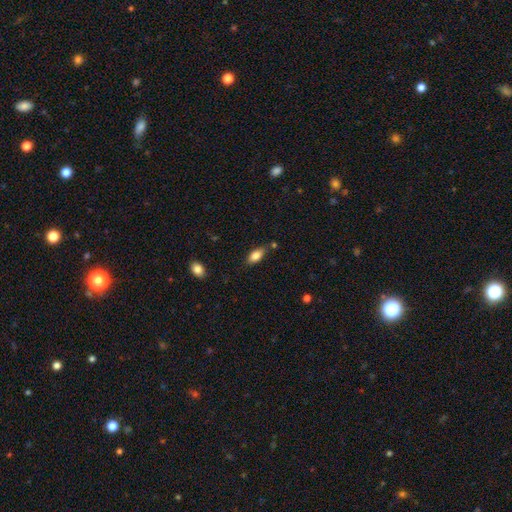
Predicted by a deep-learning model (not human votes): The model was most divided on "merging": none: 73%, minor disturbance: 17%, merger: 6%, major disturbance: 4%. More confident: how rounded — in between (86%); smooth or featured — smooth (80%).